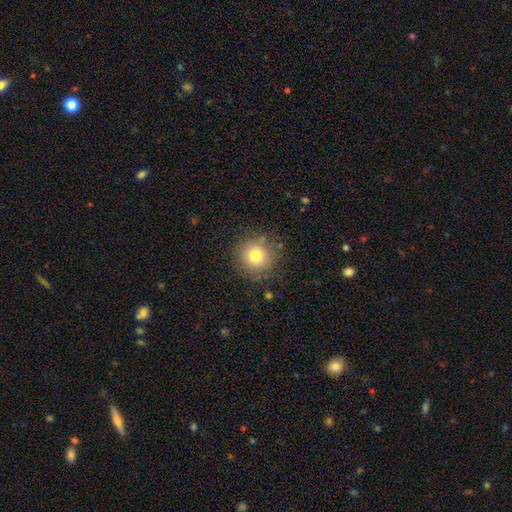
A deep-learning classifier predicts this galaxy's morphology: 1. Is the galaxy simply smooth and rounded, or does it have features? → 77% smooth, 12% star or artifact, 10% featured or disk.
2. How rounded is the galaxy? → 95% round, 4% in between, 1% cigar-shaped.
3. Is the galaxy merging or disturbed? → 86% none, 9% minor disturbance, 3% major disturbance, 2% merger.